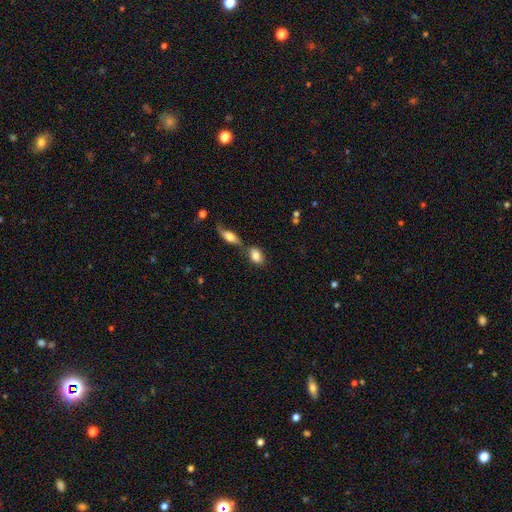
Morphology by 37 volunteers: smooth 95%, featured or disk 5%, star or artifact 0%. Down the decision tree: how rounded — in between (77%); merging — none (54%).